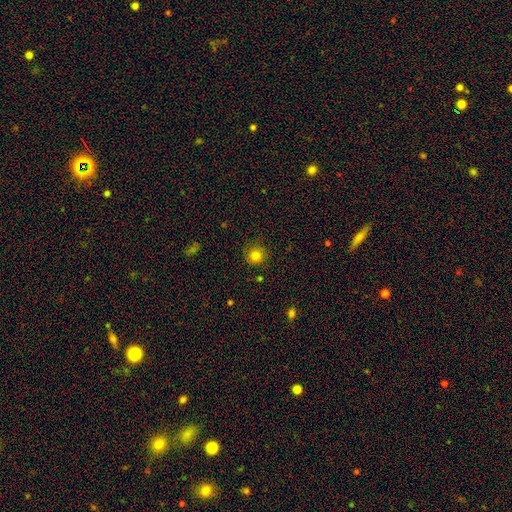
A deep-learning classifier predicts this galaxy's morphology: Q: Smooth or featured?
A: smooth (82%); runner-up: star or artifact (12%)
Q: How rounded?
A: round (93%); runner-up: in between (6%)
Q: Merging?
A: none (82%); runner-up: minor disturbance (13%)